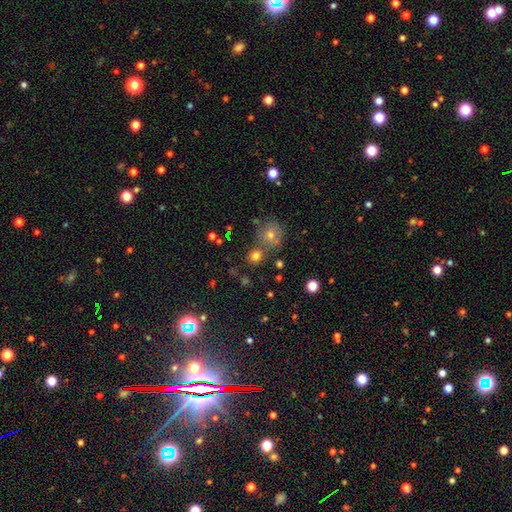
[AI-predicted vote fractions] Overall: smooth (74%). How rounded: round (89%). Merging: none (69%).